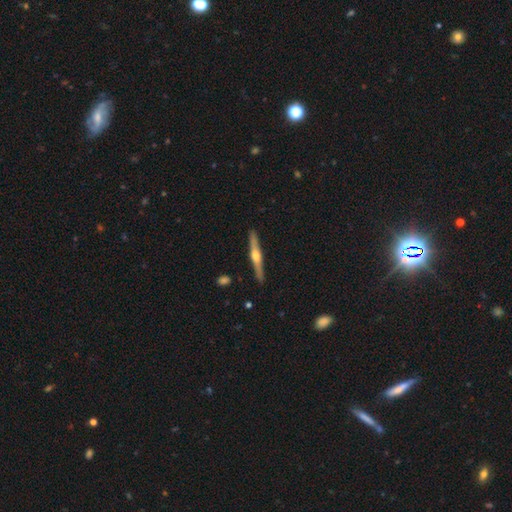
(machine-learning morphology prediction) Q: Smooth or featured?
A: featured or disk (72%); runner-up: smooth (23%)
Q: Edge-on disk?
A: yes (98%); runner-up: no (2%)
Q: Edge-on bulge?
A: rounded (92%); runner-up: boxy (4%)
Q: Merging?
A: none (90%); runner-up: minor disturbance (7%)